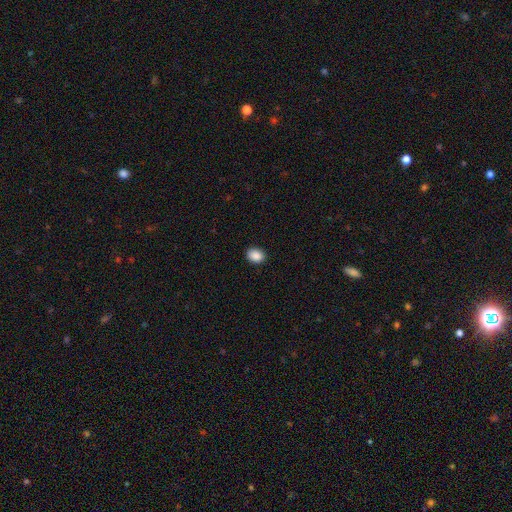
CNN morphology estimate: Smooth or featured: smooth — 89% (star or artifact — 8%)
How rounded: in between — 68% (round — 31%)
Merging: none — 90% (minor disturbance — 8%)